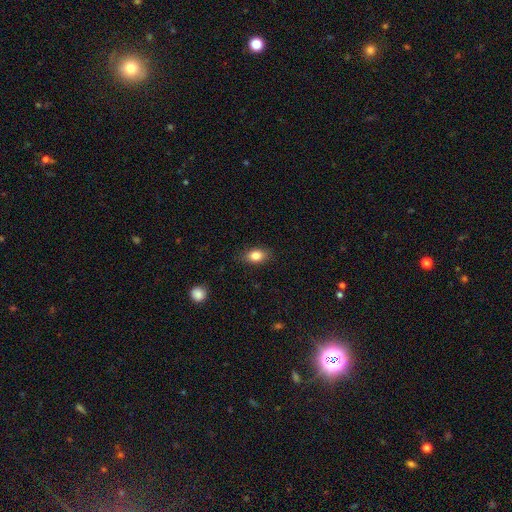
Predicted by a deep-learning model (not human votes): smooth 84%, star or artifact 9%, featured or disk 7%. Down the decision tree: how rounded — in between (81%); merging — none (84%).